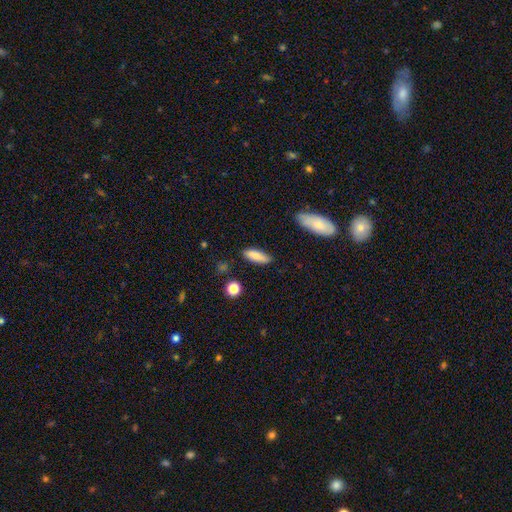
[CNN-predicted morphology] Smooth or featured? smooth (84%)
How rounded? in between (58%)
Merging? none (80%)